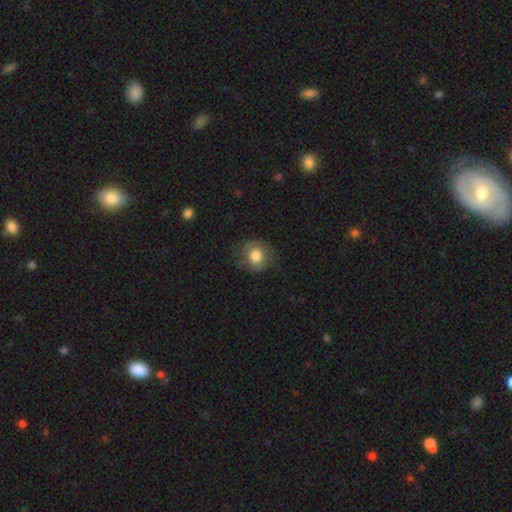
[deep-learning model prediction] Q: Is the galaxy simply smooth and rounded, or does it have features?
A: smooth — 74%.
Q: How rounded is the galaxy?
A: round — 82%.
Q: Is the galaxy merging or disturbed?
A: none — 74%.